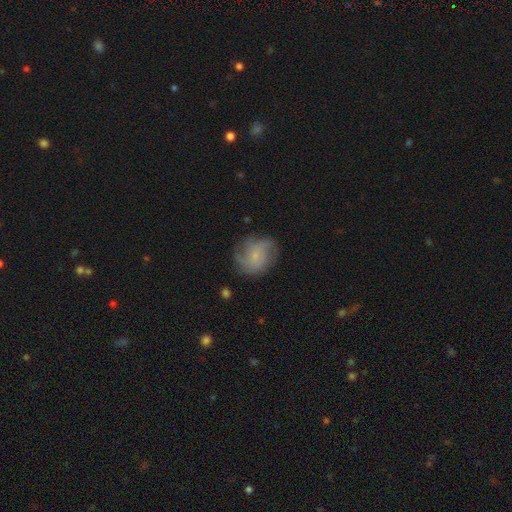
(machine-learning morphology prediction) Q: Smooth or featured?
A: featured or disk (60%); runner-up: smooth (31%)
Q: Edge-on disk?
A: no (98%); runner-up: yes (2%)
Q: Bar?
A: no (72%); runner-up: weak (24%)
Q: Spiral arms?
A: yes (88%); runner-up: no (12%)
Q: Spiral winding?
A: medium (45%); runner-up: tight (29%)
Q: Spiral arm count?
A: can't tell (28%); runner-up: 3 (26%)
Q: Bulge size?
A: small (72%); runner-up: moderate (13%)
Q: Merging?
A: none (69%); runner-up: minor disturbance (20%)